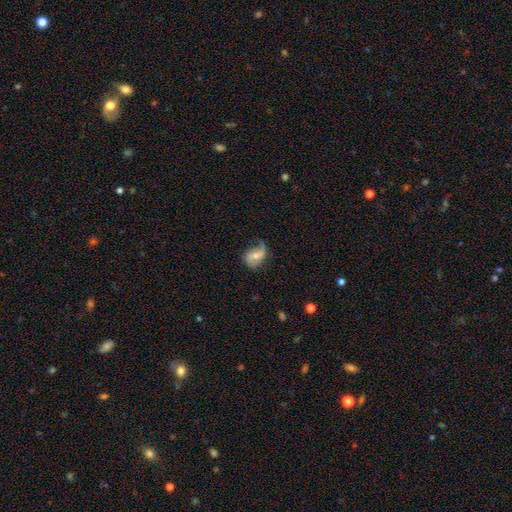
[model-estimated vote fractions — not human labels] This appears to be a featured or disk galaxy (52%) with a weak bar (41%), spiral arms (79%) and a moderate central bulge (49%). Merging: none (42%).